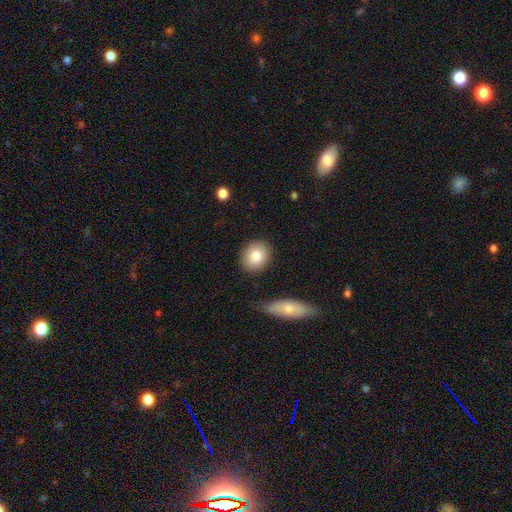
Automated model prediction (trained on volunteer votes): Morphology: type=smooth (84%); roundness=round (67%); merging=none (85%).